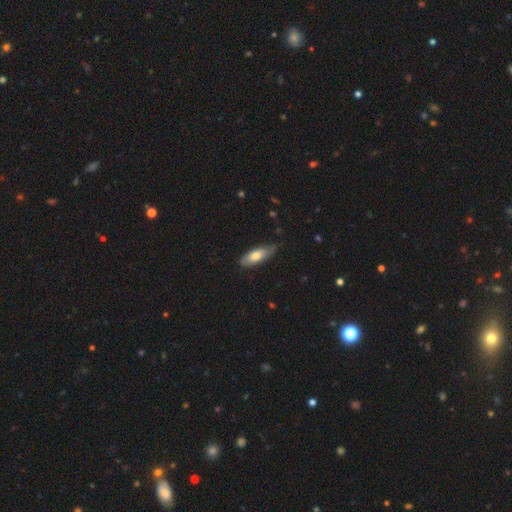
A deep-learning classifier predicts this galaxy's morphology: Smooth or featured? smooth (69%)
How rounded? in between (64%)
Merging? none (69%)